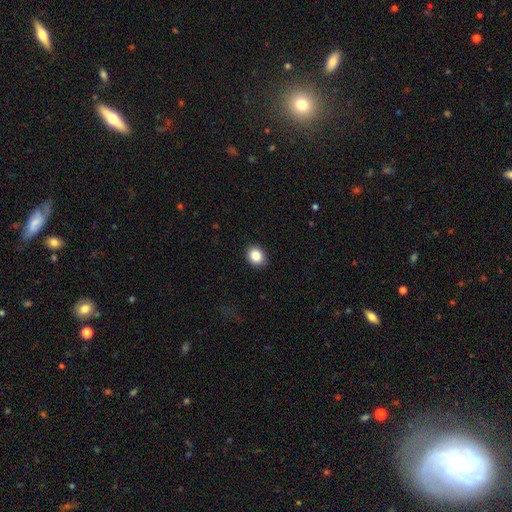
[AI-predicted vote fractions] A smooth galaxy with no disk features (86%) that is round (55%).

Vote fractions:
- Smooth or featured? smooth: 86% / star or artifact: 9% / featured or disk: 5%
- How rounded? round: 55% / in between: 44% / cigar-shaped: 1%
- Merging? none: 88% / minor disturbance: 9% / major disturbance: 2% / merger: 1%